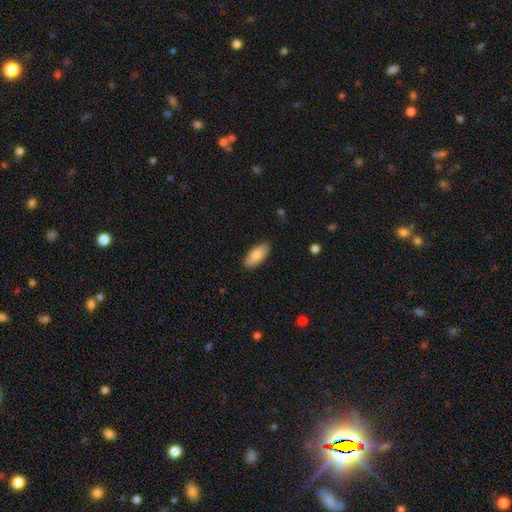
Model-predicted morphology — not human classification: A smooth galaxy with no disk features (85%) that is in between round and cigar-shaped (85%). Merging: none (87%).